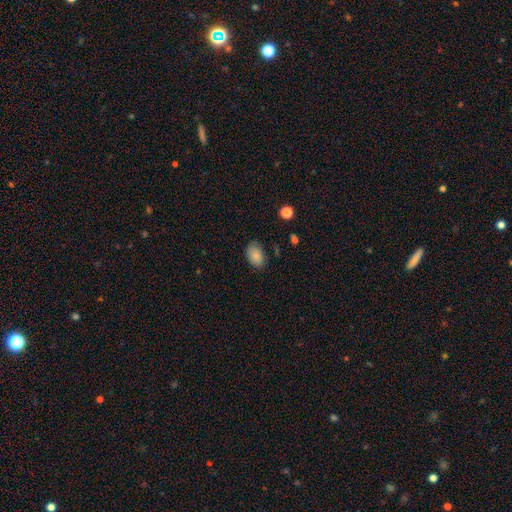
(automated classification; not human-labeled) The model was most divided on "merging": none: 78%, minor disturbance: 17%, major disturbance: 4%, merger: 1%. More confident: how rounded — in between (86%); smooth or featured — smooth (85%).